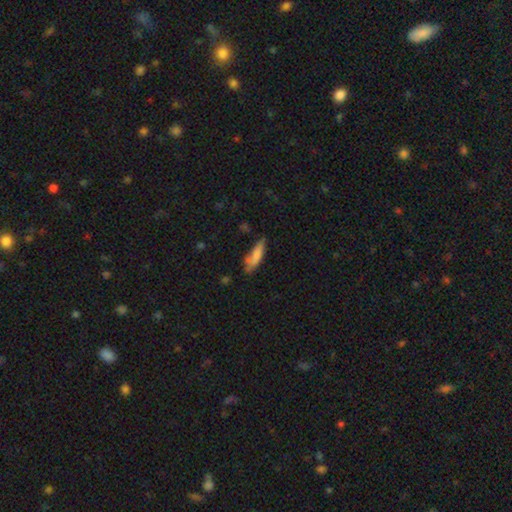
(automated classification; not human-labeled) This appears to be a smooth galaxy with no disk features (76%) that is cigar-shaped (63%). Merging: none (54%).